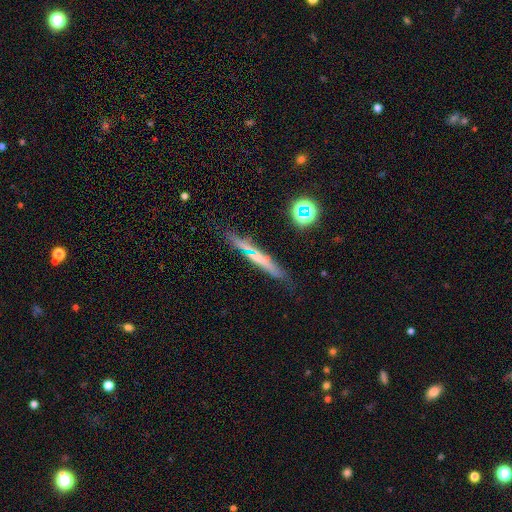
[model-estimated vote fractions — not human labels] smooth-or-featured: featured or disk: 50% | smooth: 39% | star or artifact: 11%
  disk-edge-on: yes: 91% | no: 9%
  merging: none: 77% | minor disturbance: 15% | merger: 5% | major disturbance: 4%